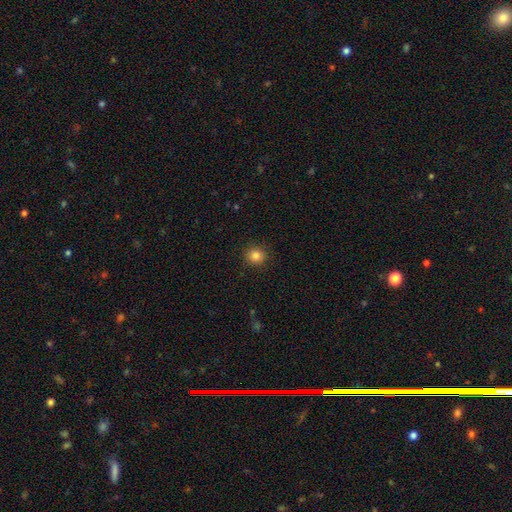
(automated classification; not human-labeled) The model was most divided on "smooth or featured": smooth: 84%, star or artifact: 12%, featured or disk: 5%. More confident: how rounded — round (92%); merging — none (91%).